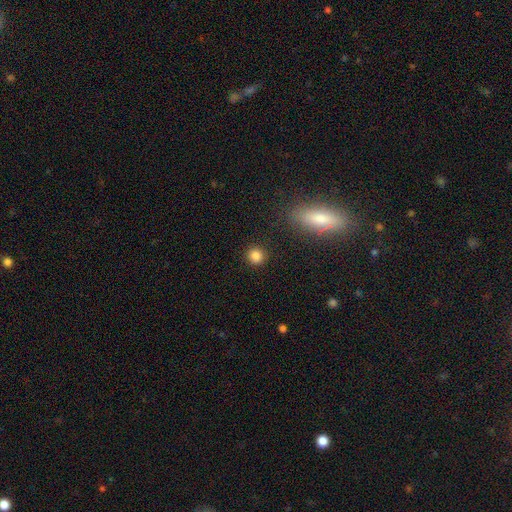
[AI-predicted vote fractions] smooth 84%, star or artifact 11%, featured or disk 4%. Down the decision tree: how rounded — round (91%); merging — none (89%).